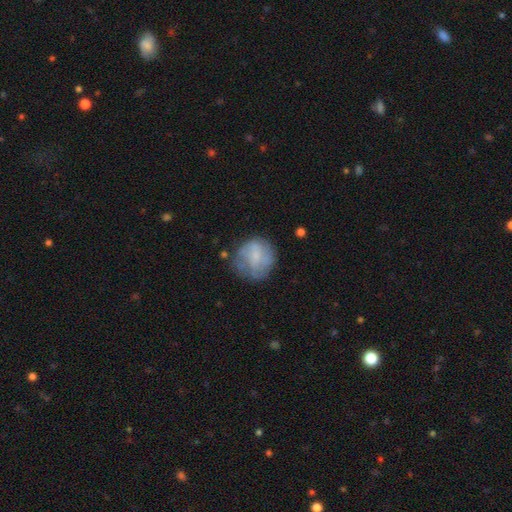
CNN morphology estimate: Smooth or featured?
  - smooth: 51% *
  - featured or disk: 40%
  - star or artifact: 8%
How rounded?
  - round: 82% *
  - in between: 17%
  - cigar-shaped: 1%
Merging?
  - none: 60% *
  - minor disturbance: 23%
  - major disturbance: 14%
  - merger: 3%